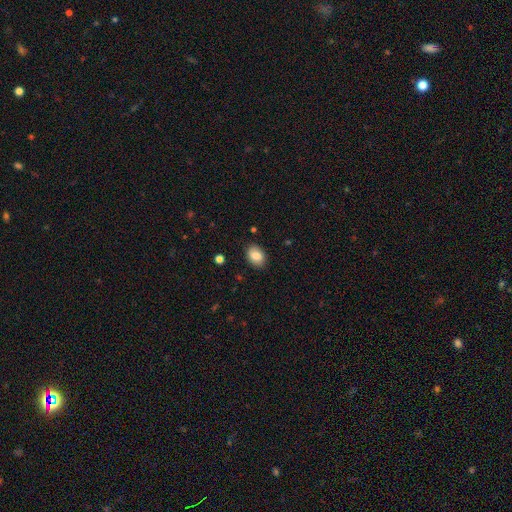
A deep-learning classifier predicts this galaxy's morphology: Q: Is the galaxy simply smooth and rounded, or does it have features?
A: smooth — 83%.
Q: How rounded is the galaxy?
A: in between — 81%.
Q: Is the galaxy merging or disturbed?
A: none — 85%.